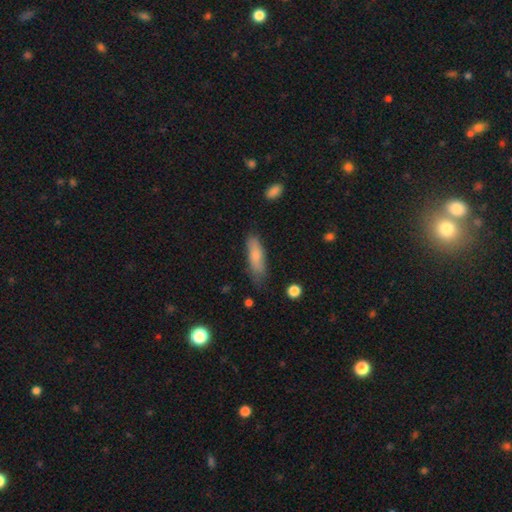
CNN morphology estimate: This appears to be a smooth galaxy with no disk features (78%) that is cigar-shaped (52%). Merging: none (66%).